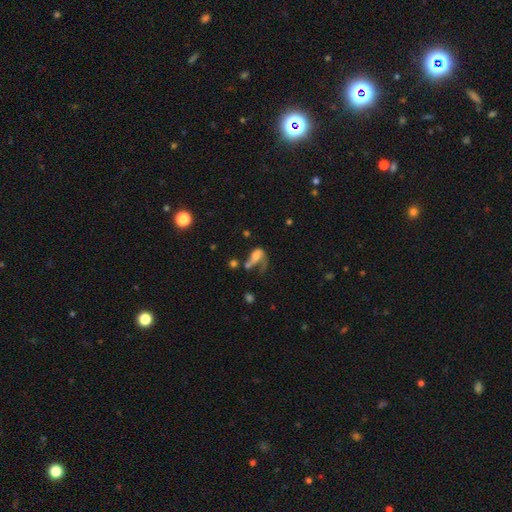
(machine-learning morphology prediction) smooth-or-featured: featured or disk: 49% | smooth: 39% | star or artifact: 12%
  merging: major disturbance: 40% | merger: 26% | none: 20% | minor disturbance: 14%